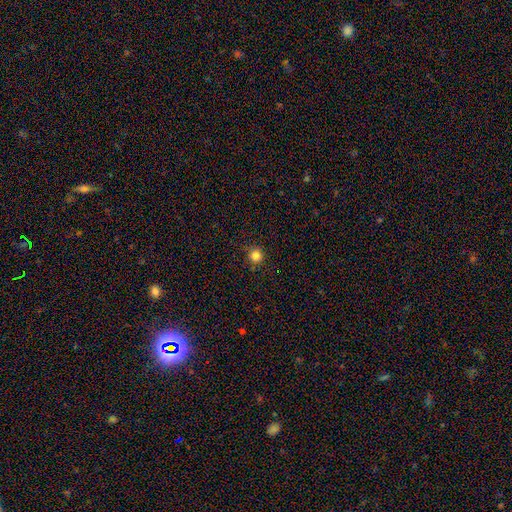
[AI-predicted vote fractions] Smooth or featured? Predicted: smooth (p=0.83). How rounded? Predicted: round (p=0.95). Merging? Predicted: none (p=0.87).